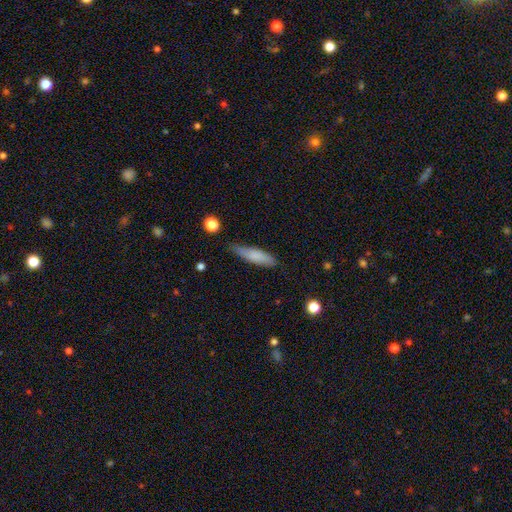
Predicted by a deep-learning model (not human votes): Smooth or featured?
  - smooth: 78% *
  - featured or disk: 15%
  - star or artifact: 7%
How rounded?
  - cigar-shaped: 70% *
  - in between: 28%
  - round: 2%
Merging?
  - none: 70% *
  - minor disturbance: 23%
  - major disturbance: 4%
  - merger: 2%